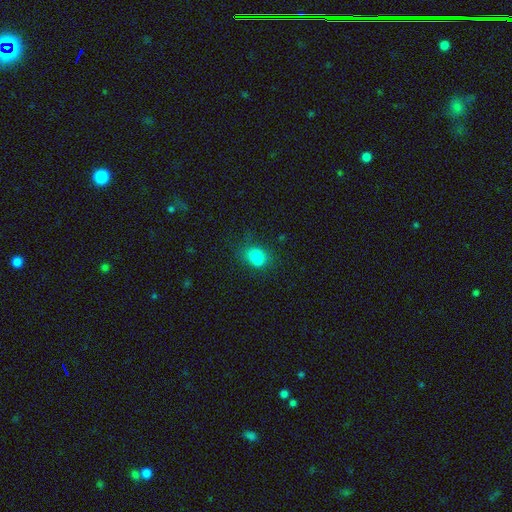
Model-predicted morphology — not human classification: Smooth or featured? smooth (72%)
How rounded? in between (52%)
Merging? merger (48%)